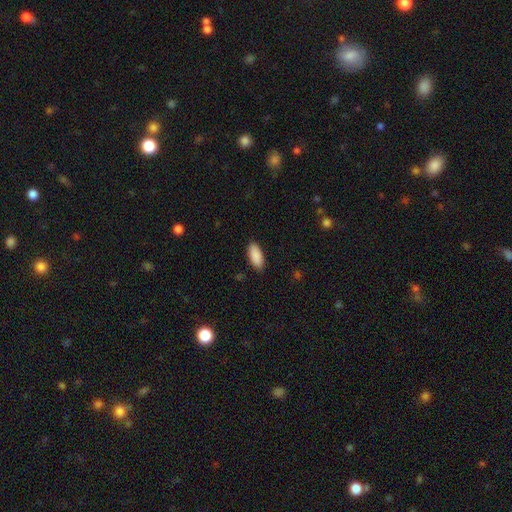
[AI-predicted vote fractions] Morphology: type=smooth (91%); roundness=in between (88%); merging=none (88%).